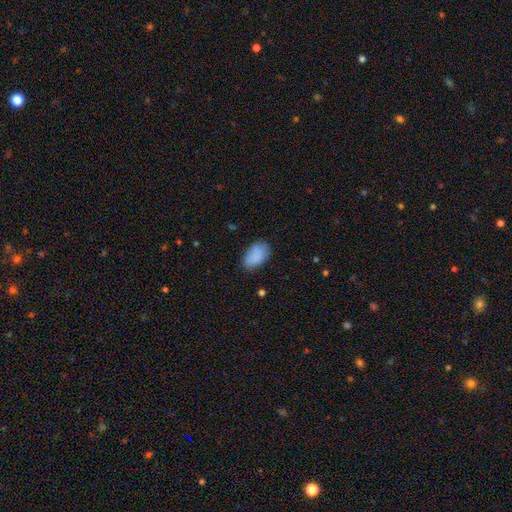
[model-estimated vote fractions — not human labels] Q: Smooth or featured?
A: smooth (85%); runner-up: star or artifact (8%)
Q: How rounded?
A: in between (91%); runner-up: round (7%)
Q: Merging?
A: none (68%); runner-up: minor disturbance (23%)